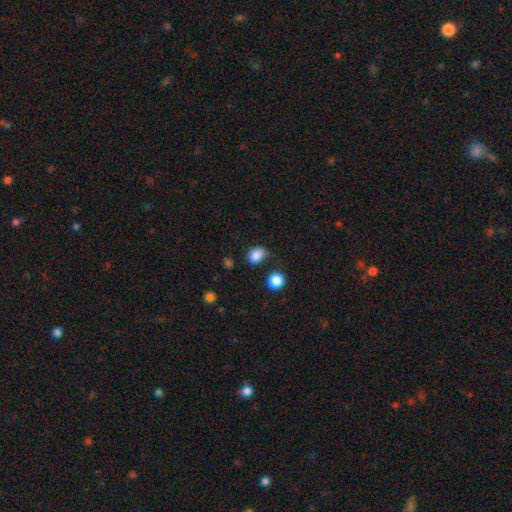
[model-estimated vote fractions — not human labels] This appears to be a smooth galaxy with no disk features (85%) that is in between round and cigar-shaped (54%). Merging: none (69%).